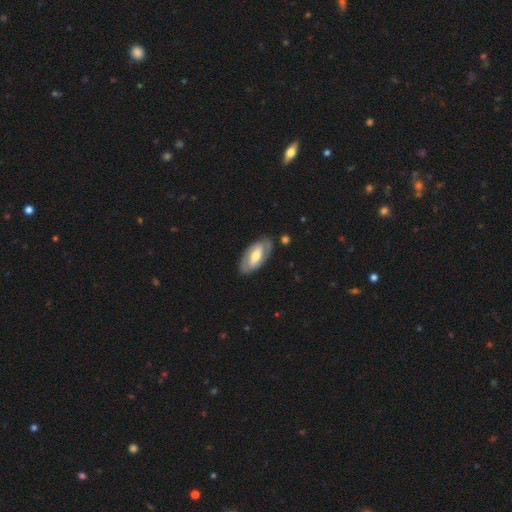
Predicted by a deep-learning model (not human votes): A featured or disk galaxy (59%) with a strong bar (40%), spiral arms (52%) and a moderate central bulge (62%). Merging: none (80%).